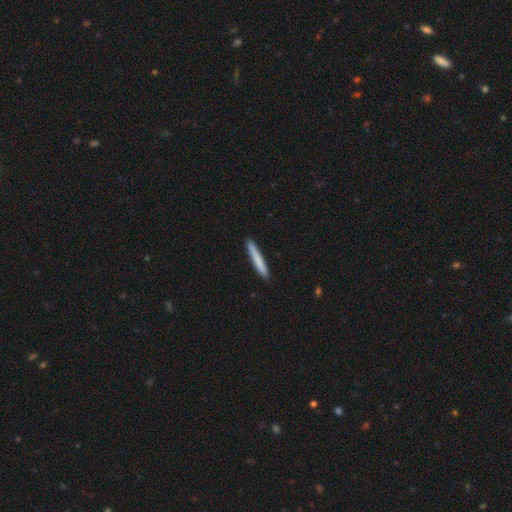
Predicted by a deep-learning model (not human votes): This is likely a smooth galaxy (77%). How rounded: clearly cigar-shaped (96%). Merging: clearly none (92%).